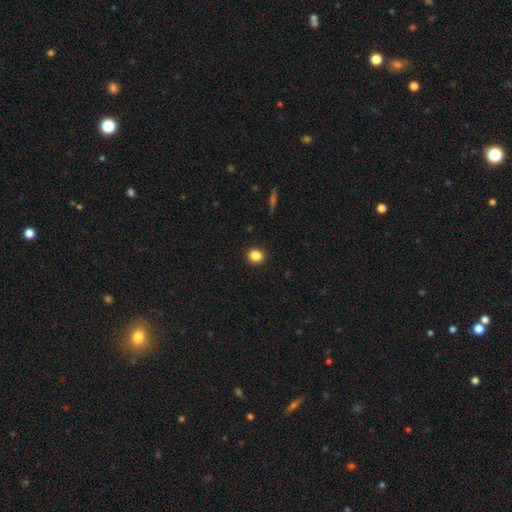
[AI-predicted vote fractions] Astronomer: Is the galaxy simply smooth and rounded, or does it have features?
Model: smooth — 85%.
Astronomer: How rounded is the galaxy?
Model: round — 76%.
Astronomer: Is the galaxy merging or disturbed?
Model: none — 92%.